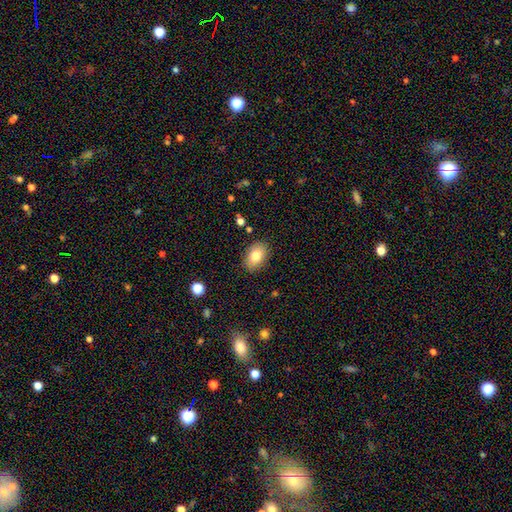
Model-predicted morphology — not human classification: smooth_or_featured: smooth (p=0.80) [alt: featured or disk p=0.12]
how_rounded: in between (p=0.89) [alt: round p=0.10]
merging: none (p=0.87) [alt: minor disturbance p=0.10]